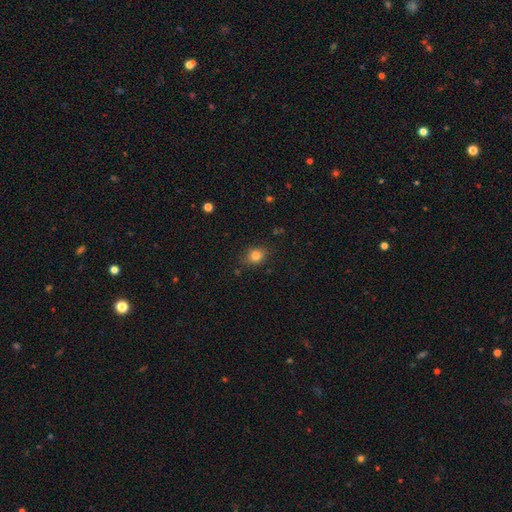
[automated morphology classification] A smooth galaxy with no disk features (82%) that is round (55%).

Vote fractions:
- Smooth or featured? smooth: 82% / star or artifact: 11% / featured or disk: 7%
- How rounded? round: 55% / in between: 43% / cigar-shaped: 1%
- Merging? none: 78% / minor disturbance: 16% / major disturbance: 4% / merger: 2%